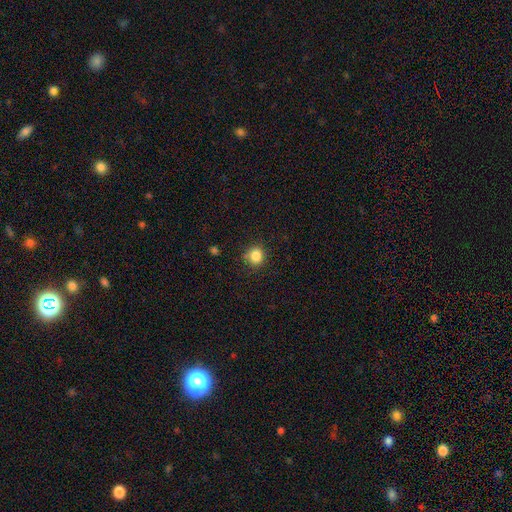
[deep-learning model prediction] This is clearly a smooth galaxy (85%). How rounded: clearly round (84%). Merging: clearly none (83%).